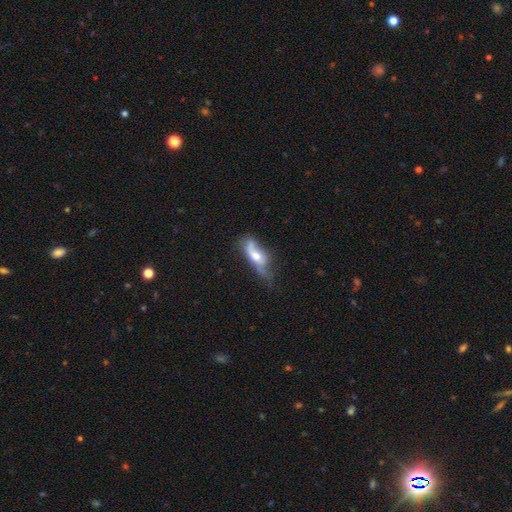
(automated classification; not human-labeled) The model was most divided on "merging" (2-way tie): minor disturbance: 34%, none: 34%, major disturbance: 25%, merger: 8%. Remaining: smooth or featured — featured or disk (47%).